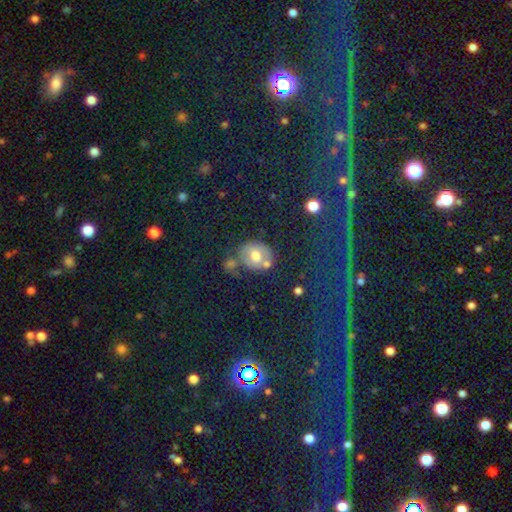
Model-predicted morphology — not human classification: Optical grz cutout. It shows a smooth galaxy with no disk features (64%) that is round (69%). Merging: none (55%).